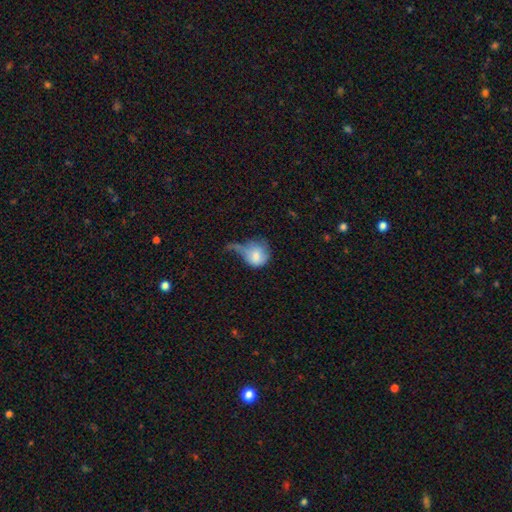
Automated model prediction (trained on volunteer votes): This is likely a smooth galaxy (70%). How rounded: likely round (70%). Merging: possibly major disturbance (52%).